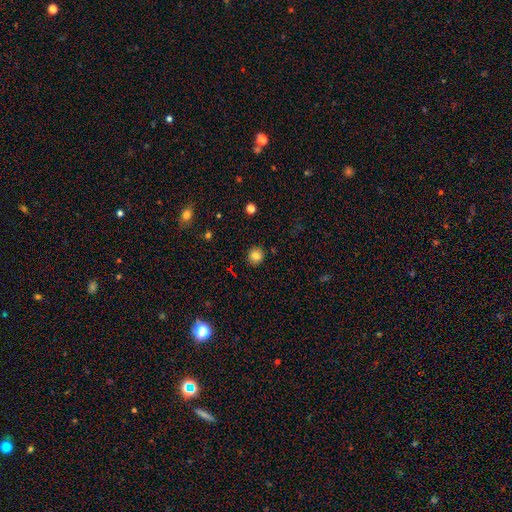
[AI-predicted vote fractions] Smooth or featured? smooth (82%)
How rounded? round (90%)
Merging? none (90%)